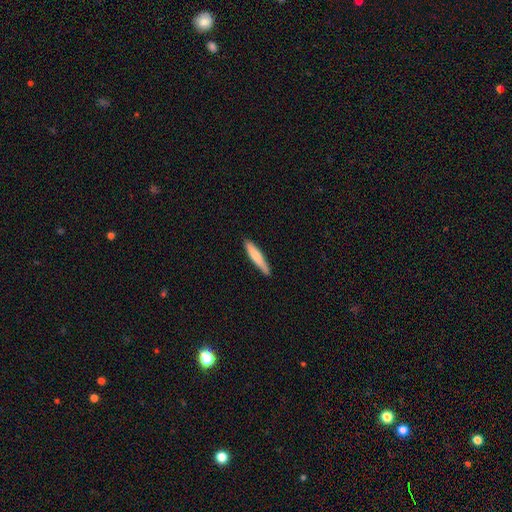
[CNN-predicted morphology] type=smooth (71%); roundness=cigar-shaped (91%); merging=none (85%).